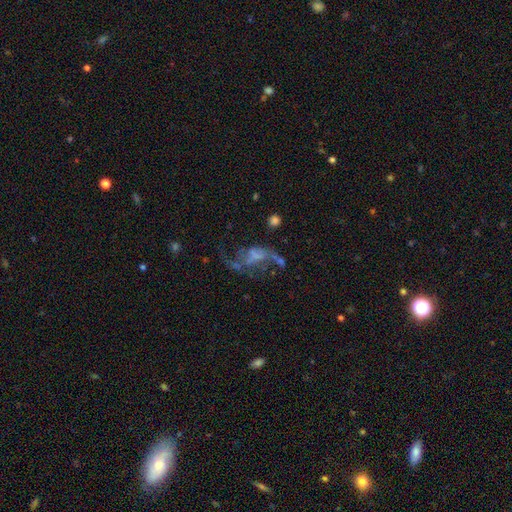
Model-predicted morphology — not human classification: This appears to be a featured or disk galaxy (63%) with no bar (59%), spiral arms (60%) and no central bulge (67%). Merging: major disturbance (45%).